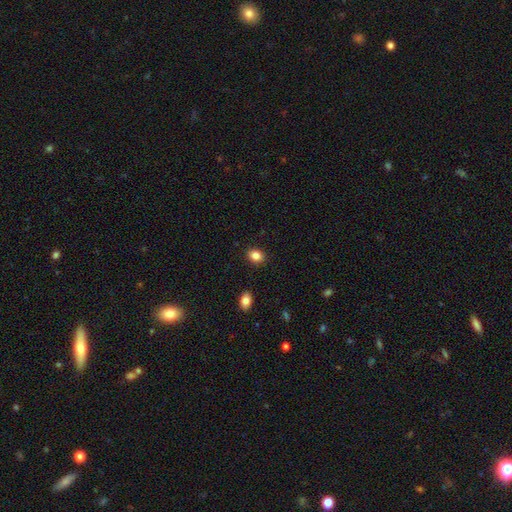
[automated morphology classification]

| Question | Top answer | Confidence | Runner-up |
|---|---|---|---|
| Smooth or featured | smooth | 84% | star or artifact (10%) |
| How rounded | in between | 58% | round (41%) |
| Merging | none | 89% | minor disturbance (8%) |